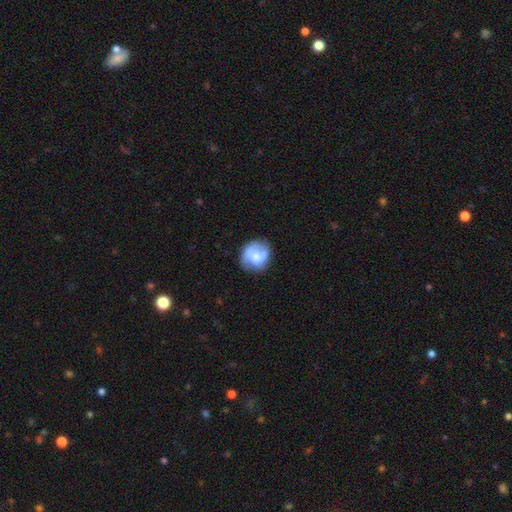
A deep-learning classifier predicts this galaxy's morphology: A smooth galaxy with no disk features (47%).

Vote fractions:
- Smooth or featured? smooth: 47% / featured or disk: 45% / star or artifact: 7%
- Merging? none: 53% / minor disturbance: 25% / major disturbance: 14% / merger: 8%